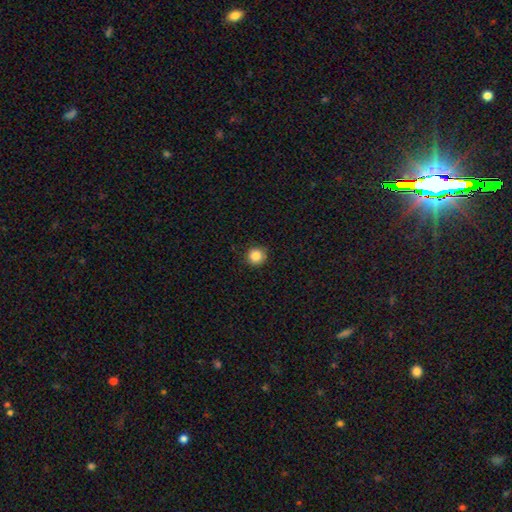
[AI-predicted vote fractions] Smooth or featured? smooth (86%)
How rounded? round (93%)
Merging? none (87%)